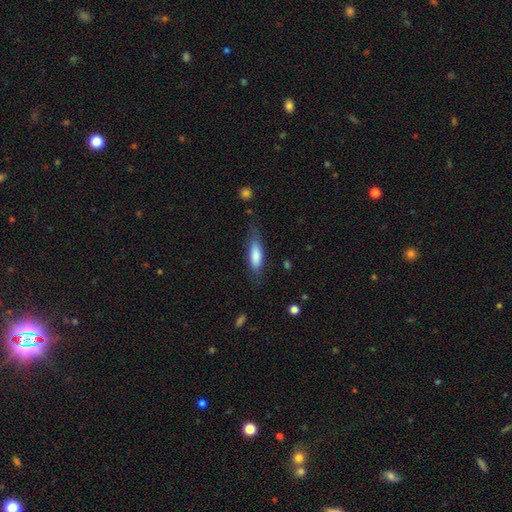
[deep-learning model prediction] smooth-or-featured: smooth: 77% | featured or disk: 17% | star or artifact: 6%
  how-rounded: in between: 50% | cigar-shaped: 48% | round: 2%
  merging: none: 68% | minor disturbance: 22% | major disturbance: 8% | merger: 2%